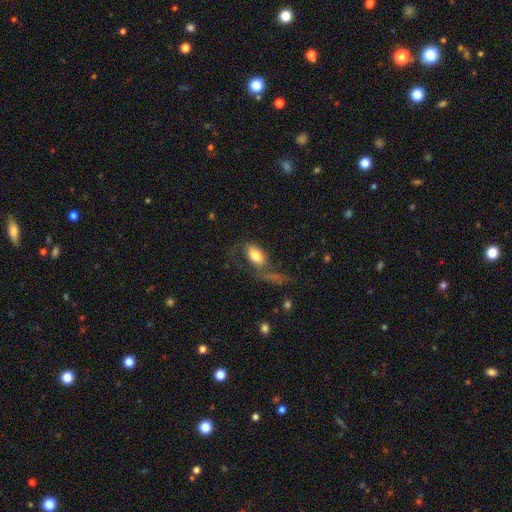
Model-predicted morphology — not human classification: Smooth or featured?
  - smooth: 66% *
  - featured or disk: 27%
  - star or artifact: 8%
How rounded?
  - in between: 89% *
  - round: 6%
  - cigar-shaped: 5%
Merging?
  - major disturbance: 39% *
  - none: 34%
  - minor disturbance: 19%
  - merger: 8%